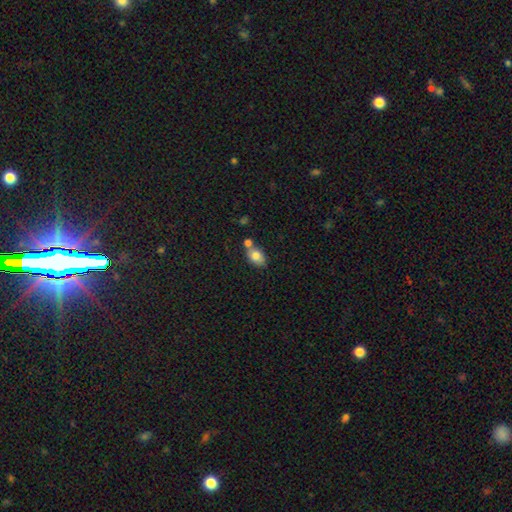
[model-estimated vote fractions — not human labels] Smooth or featured? smooth (79%)
How rounded? in between (78%)
Merging? none (55%)